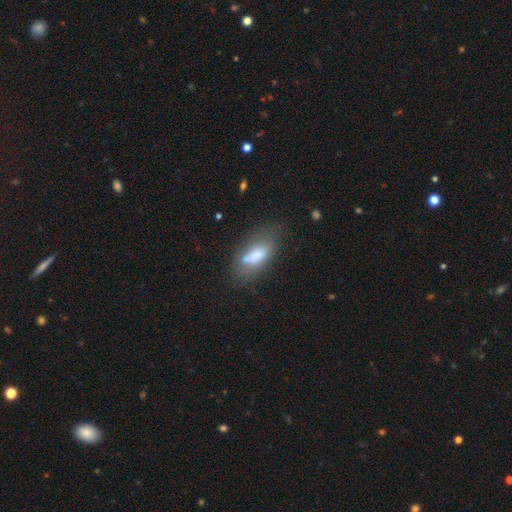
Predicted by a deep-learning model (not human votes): smooth 71%, featured or disk 21%, star or artifact 9%. Down the decision tree: how rounded — in between (81%); merging — none (50%).